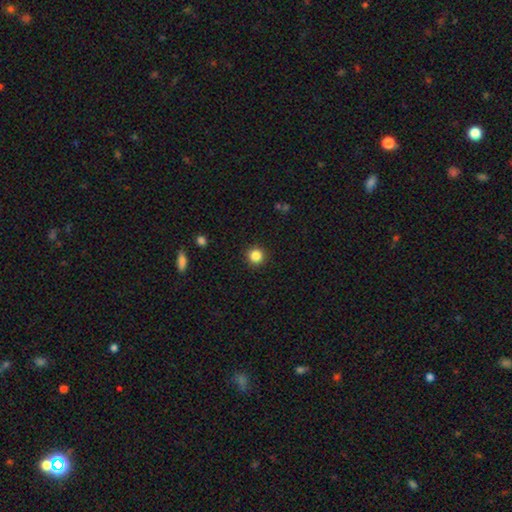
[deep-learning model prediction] smooth-or-featured: smooth: 85% | star or artifact: 11% | featured or disk: 4%
  how-rounded: round: 95% | in between: 4% | cigar-shaped: 1%
  merging: none: 92% | minor disturbance: 5% | major disturbance: 2% | merger: 1%